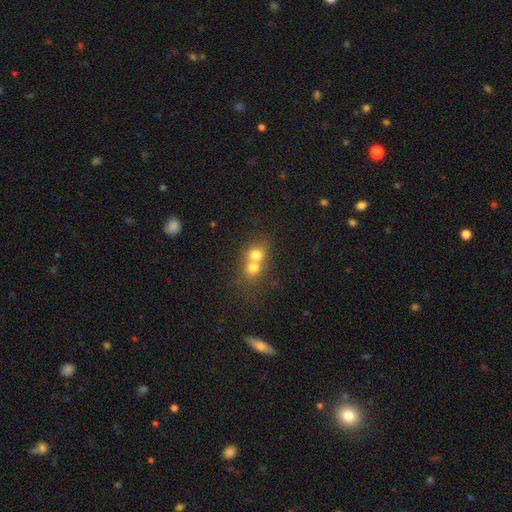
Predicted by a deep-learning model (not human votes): The model was most divided on "how rounded": round: 72%, in between: 27%, cigar-shaped: 1%. More confident: merging — merger (72%); smooth or featured — smooth (71%).